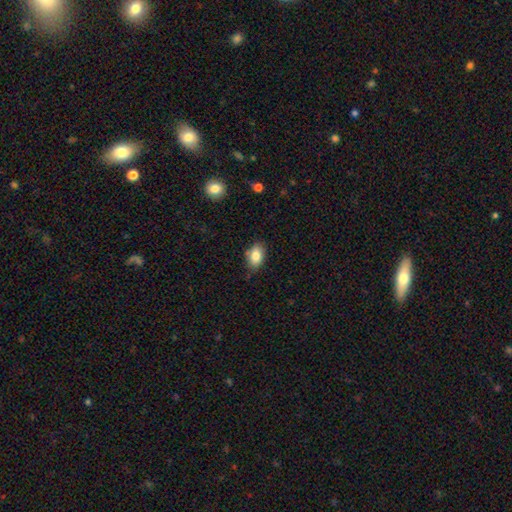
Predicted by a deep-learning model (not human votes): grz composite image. It shows a smooth galaxy with no disk features (83%) that is in between round and cigar-shaped (87%). Merging: none (78%).